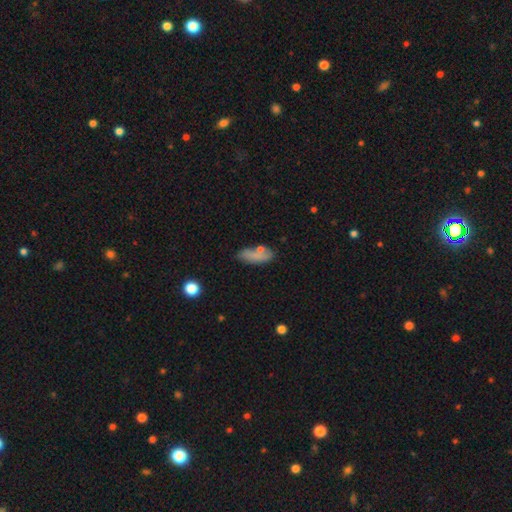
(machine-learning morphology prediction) Smooth or featured?
  - smooth: 75% *
  - featured or disk: 16%
  - star or artifact: 9%
How rounded?
  - in between: 67% *
  - cigar-shaped: 29%
  - round: 4%
Merging?
  - none: 67% *
  - minor disturbance: 19%
  - merger: 8%
  - major disturbance: 6%